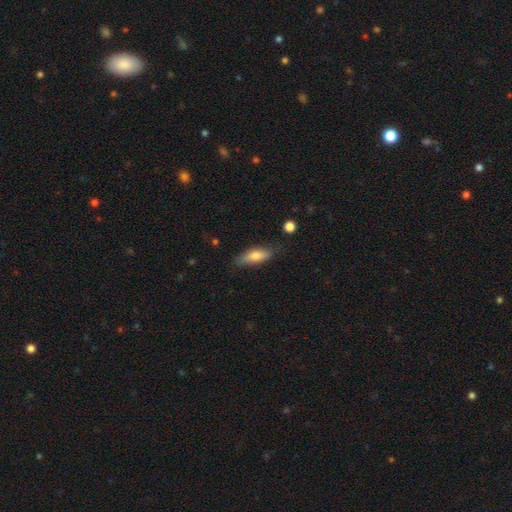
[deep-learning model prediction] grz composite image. It shows a smooth galaxy with no disk features (76%) that is in between round and cigar-shaped (59%). Merging: none (78%).